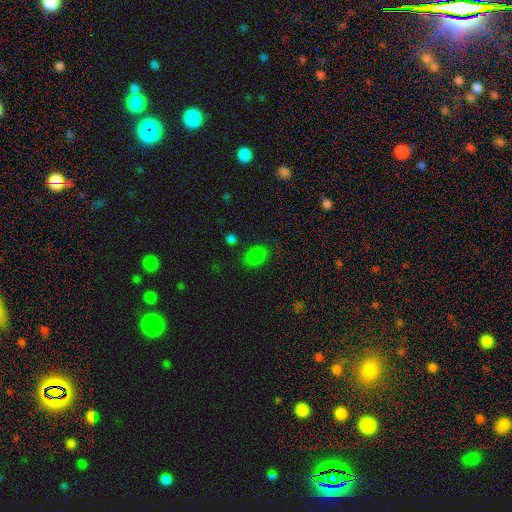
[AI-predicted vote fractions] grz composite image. It shows a smooth galaxy with no disk features (81%) that is in between round and cigar-shaped (73%). Merging: none (80%).